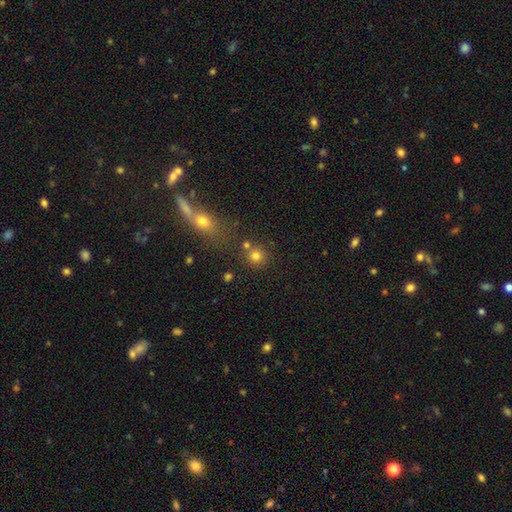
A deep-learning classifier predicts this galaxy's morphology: A smooth galaxy with no disk features (77%) that is round (90%). Merging: none (70%).